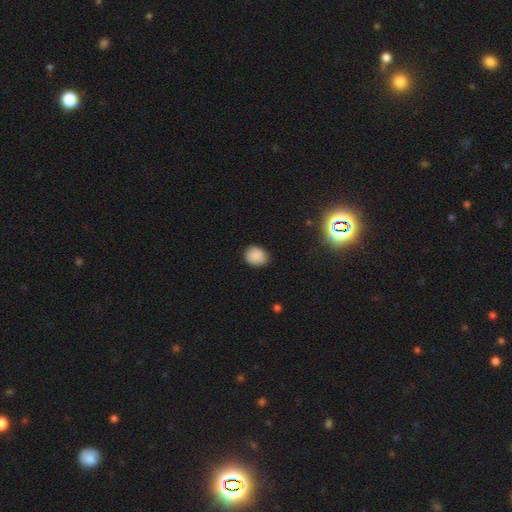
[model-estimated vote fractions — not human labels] Q: Smooth or featured?
A: smooth (86%); runner-up: star or artifact (10%)
Q: How rounded?
A: round (59%); runner-up: in between (40%)
Q: Merging?
A: none (82%); runner-up: minor disturbance (15%)